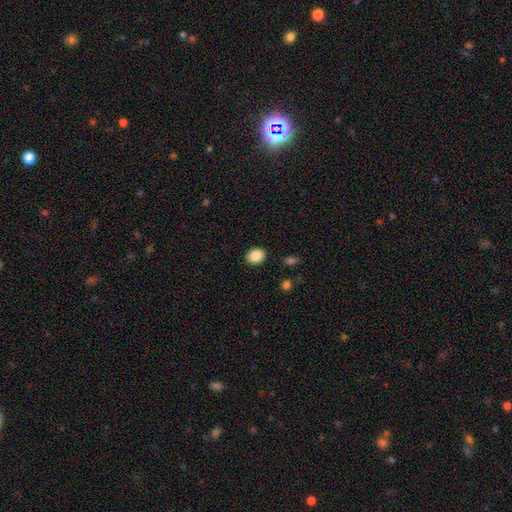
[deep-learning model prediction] Smooth or featured? smooth (88%)
How rounded? round (56%)
Merging? none (89%)